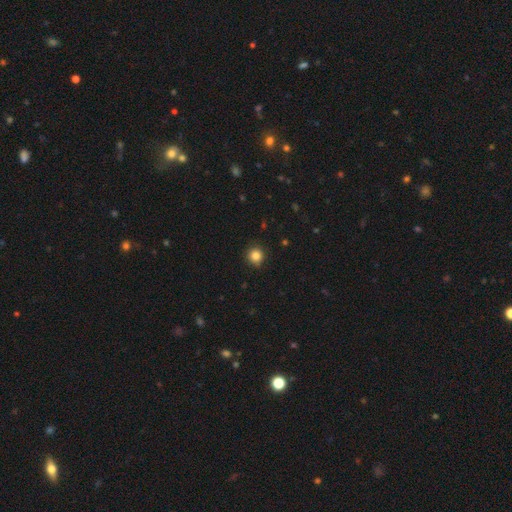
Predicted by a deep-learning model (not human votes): A smooth galaxy with no disk features (85%) that is round (94%).

Vote fractions:
- Smooth or featured? smooth: 85% / star or artifact: 11% / featured or disk: 4%
- How rounded? round: 94% / in between: 6% / cigar-shaped: 1%
- Merging? none: 90% / minor disturbance: 7% / major disturbance: 2% / merger: 1%